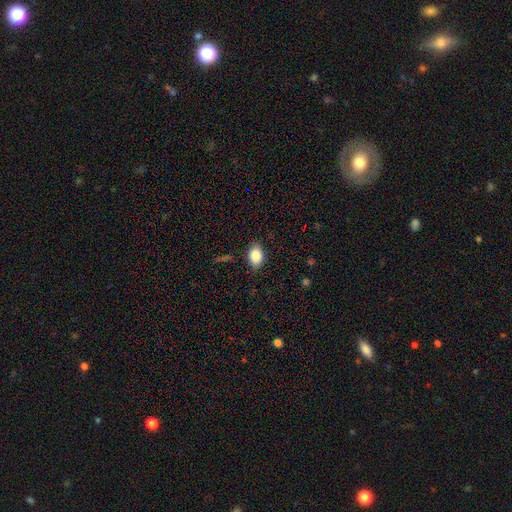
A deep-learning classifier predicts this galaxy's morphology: smooth-or-featured: smooth: 84% | star or artifact: 8% | featured or disk: 7%
  how-rounded: in between: 83% | round: 15% | cigar-shaped: 2%
  merging: none: 84% | minor disturbance: 12% | major disturbance: 3% | merger: 1%